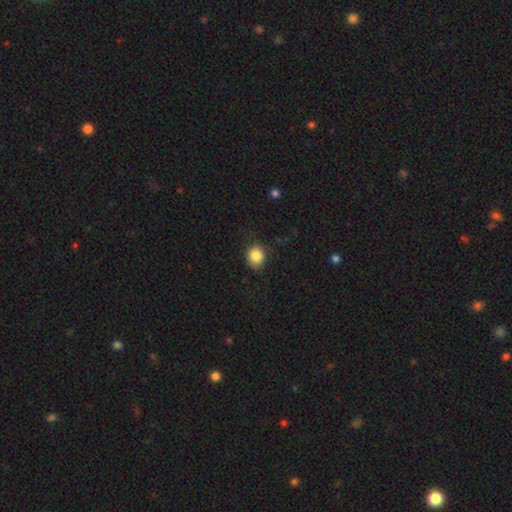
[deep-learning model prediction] Smooth or featured?
  - smooth: 86% *
  - star or artifact: 9%
  - featured or disk: 5%
How rounded?
  - round: 71% *
  - in between: 28%
  - cigar-shaped: 1%
Merging?
  - none: 78% *
  - minor disturbance: 17%
  - major disturbance: 4%
  - merger: 1%